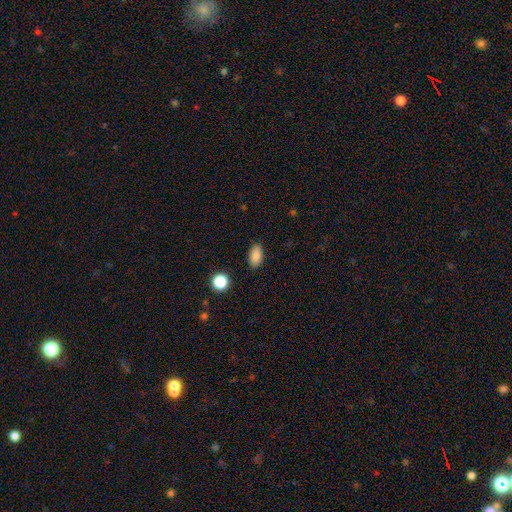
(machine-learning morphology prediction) A smooth galaxy with no disk features (87%) that is in between round and cigar-shaped (91%). Merging: none (87%).